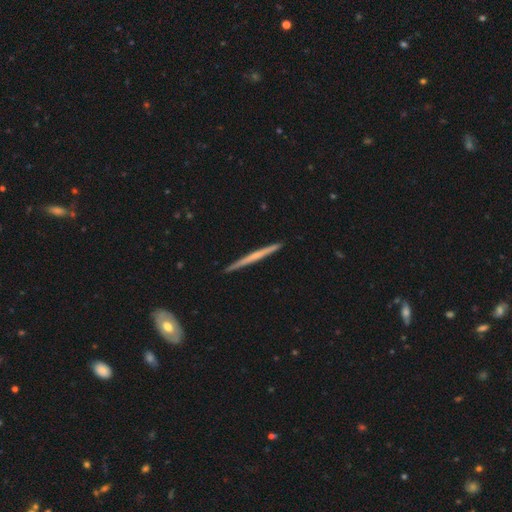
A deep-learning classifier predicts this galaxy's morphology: Smooth or featured? featured or disk (59%)
Edge-on disk? yes (98%)
Edge-on bulge? none (73%)
Merging? none (92%)